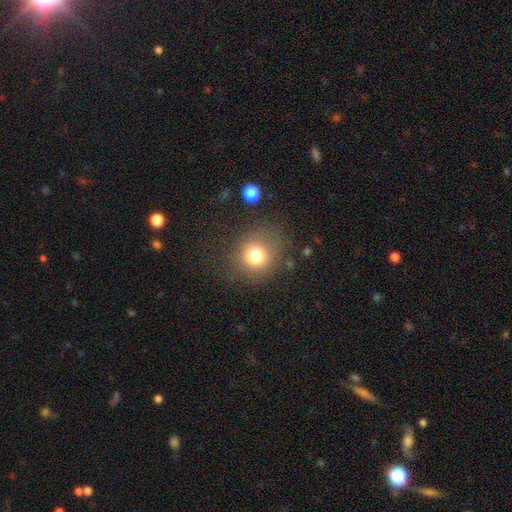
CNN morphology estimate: smooth-or-featured: smooth: 77% | star or artifact: 13% | featured or disk: 10%
  how-rounded: round: 82% | in between: 17% | cigar-shaped: 1%
  merging: none: 74% | minor disturbance: 14% | major disturbance: 9% | merger: 2%